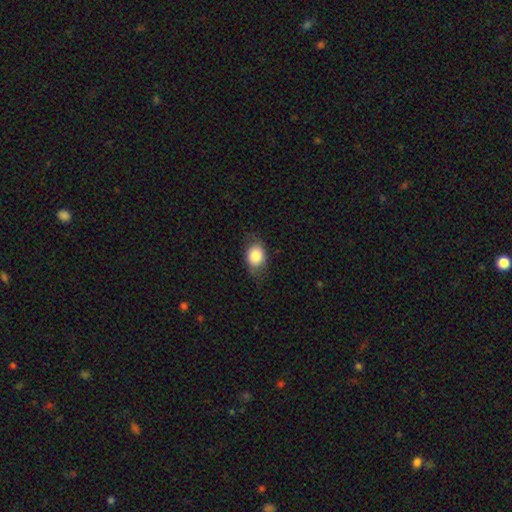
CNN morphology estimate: smooth_or_featured: smooth (p=0.80) [alt: featured or disk p=0.12]
how_rounded: in between (p=0.61) [alt: round p=0.38]
merging: none (p=0.71) [alt: minor disturbance p=0.21]